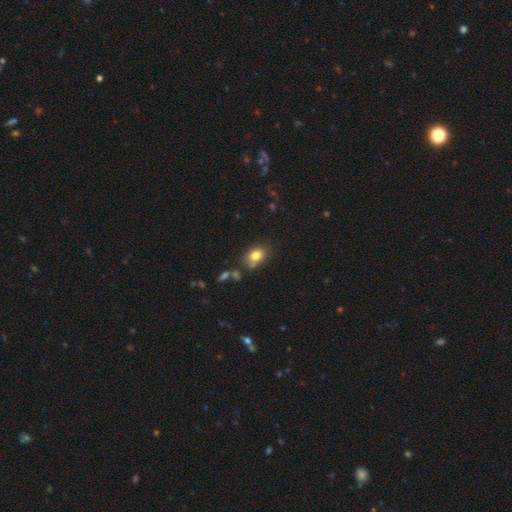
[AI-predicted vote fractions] Morphology: type=smooth (80%); roundness=in between (68%); merging=none (73%).